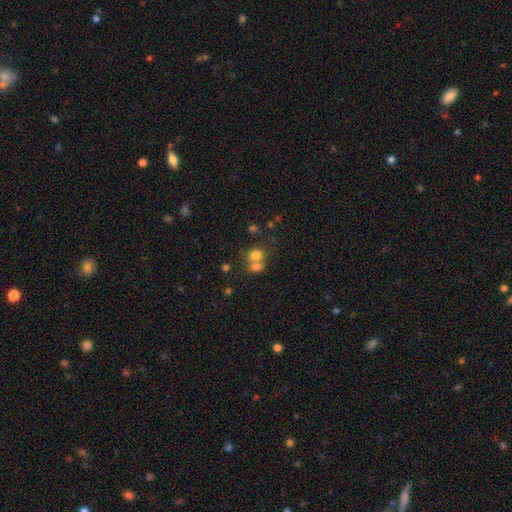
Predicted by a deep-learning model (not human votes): Smooth or featured?
  - smooth: 74% *
  - featured or disk: 13%
  - star or artifact: 13%
How rounded?
  - round: 66% *
  - in between: 33%
  - cigar-shaped: 1%
Merging?
  - merger: 55% *
  - none: 34%
  - minor disturbance: 7%
  - major disturbance: 4%